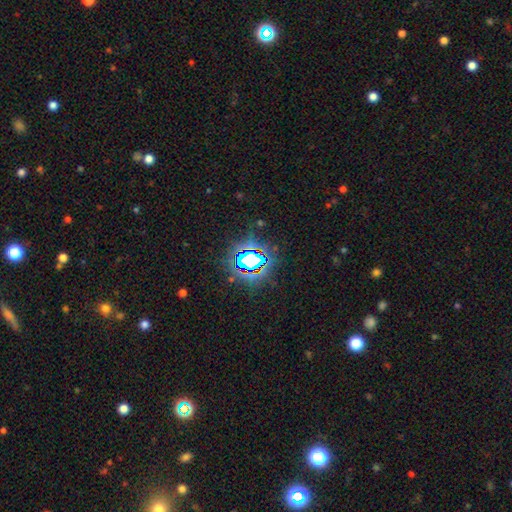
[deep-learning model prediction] Morphology: type=star or artifact (76%).